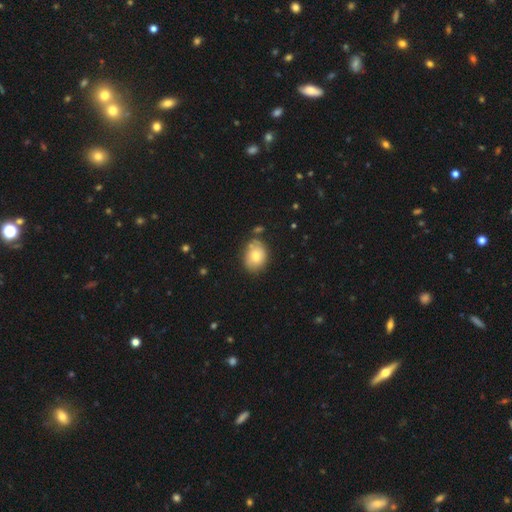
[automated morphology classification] smooth 77%, featured or disk 15%, star or artifact 8%. Down the decision tree: how rounded — in between (60%); merging — none (69%).